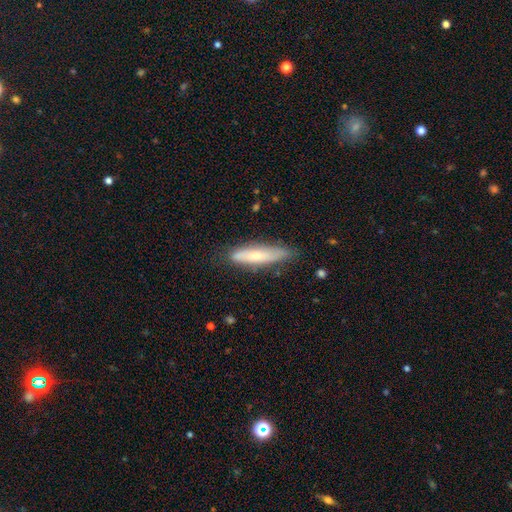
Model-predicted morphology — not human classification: This is likely a smooth galaxy (63%). How rounded: likely cigar-shaped (80%). Merging: likely none (73%).